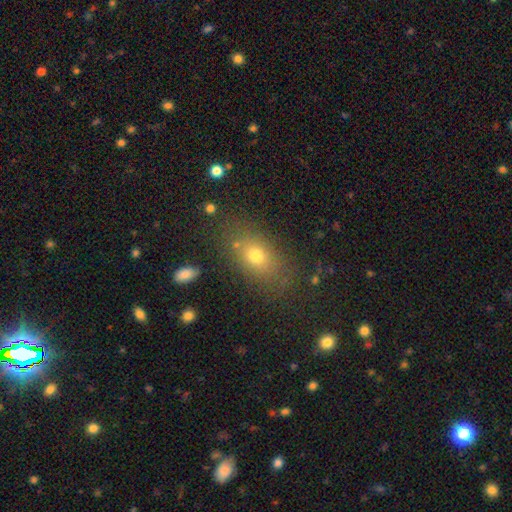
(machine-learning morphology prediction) Smooth or featured? smooth (71%)
How rounded? in between (75%)
Merging? none (76%)